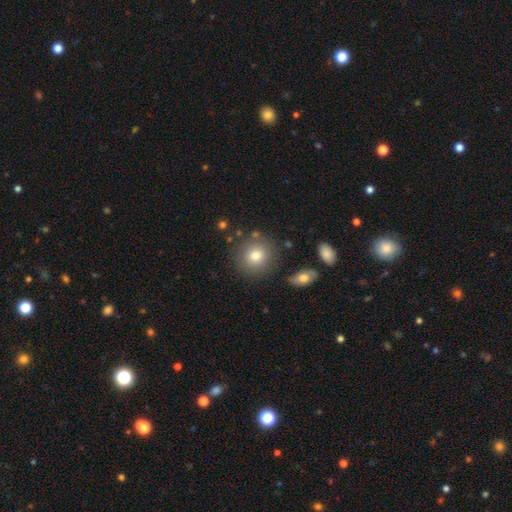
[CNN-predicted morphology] Q: Smooth or featured?
A: smooth (78%); runner-up: featured or disk (11%)
Q: How rounded?
A: round (88%); runner-up: in between (11%)
Q: Merging?
A: none (83%); runner-up: minor disturbance (9%)